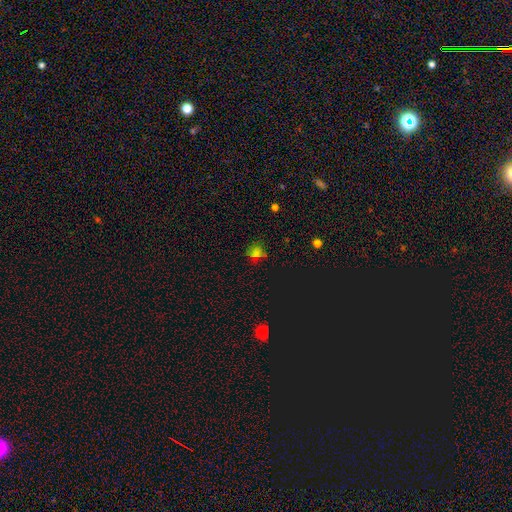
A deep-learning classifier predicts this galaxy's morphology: Smooth or featured?
  - smooth: 51% *
  - star or artifact: 42%
  - featured or disk: 8%
How rounded?
  - round: 77% *
  - in between: 21%
  - cigar-shaped: 2%
Merging?
  - none: 75% *
  - minor disturbance: 15%
  - major disturbance: 6%
  - merger: 5%